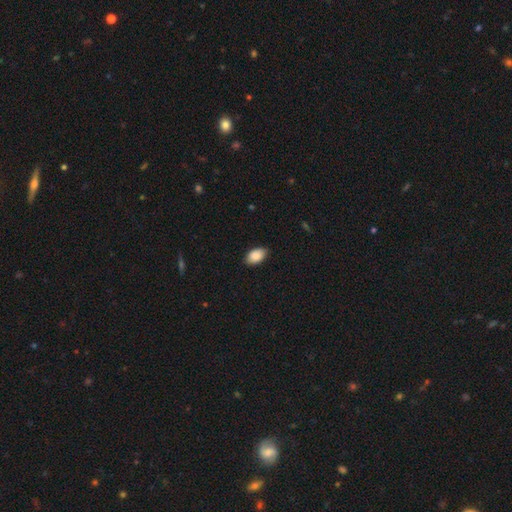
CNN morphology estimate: A smooth galaxy with no disk features (89%) that is in between round and cigar-shaped (92%).

Vote fractions:
- Smooth or featured? smooth: 89% / star or artifact: 7% / featured or disk: 4%
- How rounded? in between: 92% / round: 6% / cigar-shaped: 1%
- Merging? none: 86% / minor disturbance: 11% / major disturbance: 2% / merger: 1%